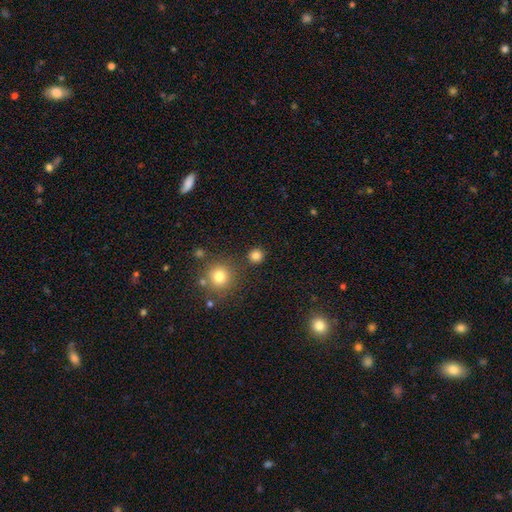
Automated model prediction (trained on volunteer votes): Morphology: type=smooth (81%); roundness=round (93%); merging=none (87%).